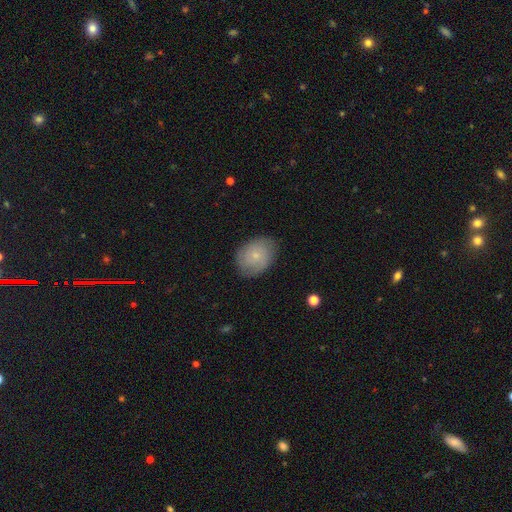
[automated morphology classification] A smooth galaxy with no disk features (55%) that is in between round and cigar-shaped (65%).

Vote fractions:
- Smooth or featured? smooth: 55% / featured or disk: 37% / star or artifact: 8%
- How rounded? in between: 65% / round: 34% / cigar-shaped: 1%
- Merging? none: 79% / minor disturbance: 16% / major disturbance: 4% / merger: 1%